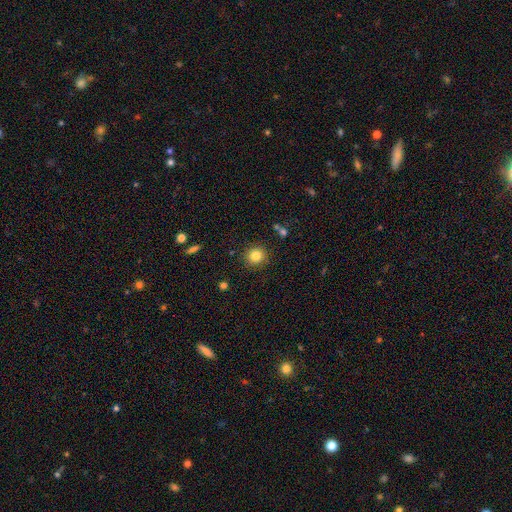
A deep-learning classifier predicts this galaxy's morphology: Q: Smooth or featured?
A: smooth (83%); runner-up: star or artifact (11%)
Q: How rounded?
A: round (91%); runner-up: in between (8%)
Q: Merging?
A: none (89%); runner-up: minor disturbance (7%)